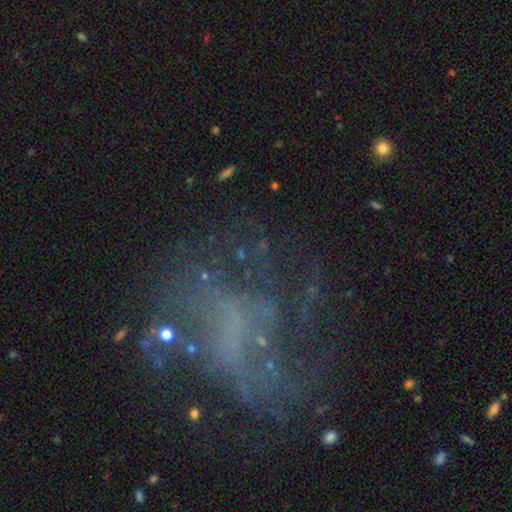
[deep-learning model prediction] smooth_or_featured: featured or disk (p=0.62) [alt: star or artifact p=0.22]
disk_edge_on: no (p=0.97) [alt: yes p=0.03]
bar: no (p=0.64) [alt: weak p=0.27]
has_spiral_arms: no (p=0.52) [alt: yes p=0.48]
bulge_size: none (p=0.69) [alt: small p=0.21]
merging: none (p=0.48) [alt: major disturbance p=0.32]